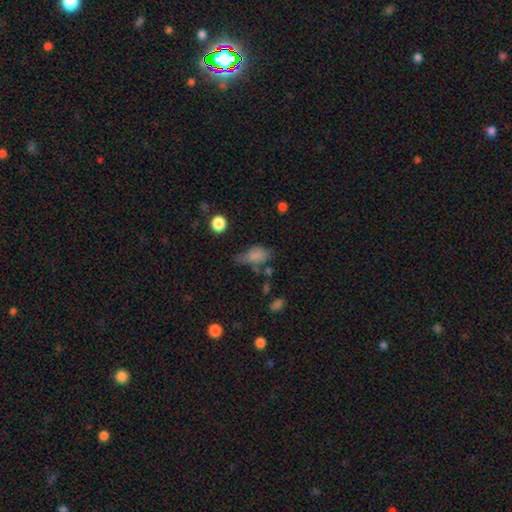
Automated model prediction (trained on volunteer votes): A smooth galaxy with no disk features (74%) that is in between round and cigar-shaped (85%).

Vote fractions:
- Smooth or featured? smooth: 74% / featured or disk: 14% / star or artifact: 12%
- How rounded? in between: 85% / round: 10% / cigar-shaped: 5%
- Merging? minor disturbance: 34% / none: 32% / major disturbance: 23% / merger: 10%